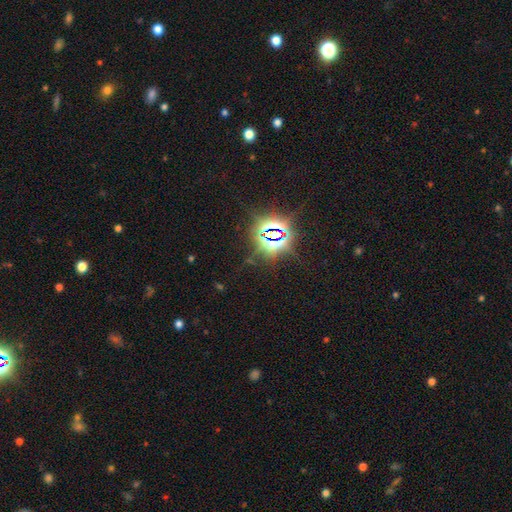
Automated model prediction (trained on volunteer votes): Overall: star or artifact (83%).